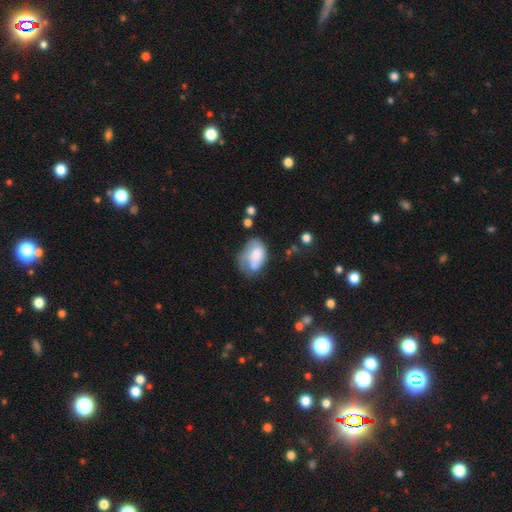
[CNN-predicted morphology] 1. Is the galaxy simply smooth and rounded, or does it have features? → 63% smooth, 29% featured or disk, 8% star or artifact.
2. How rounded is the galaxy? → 86% in between, 12% round, 1% cigar-shaped.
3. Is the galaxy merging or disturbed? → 30% none, 28% minor disturbance, 25% major disturbance, 17% merger.